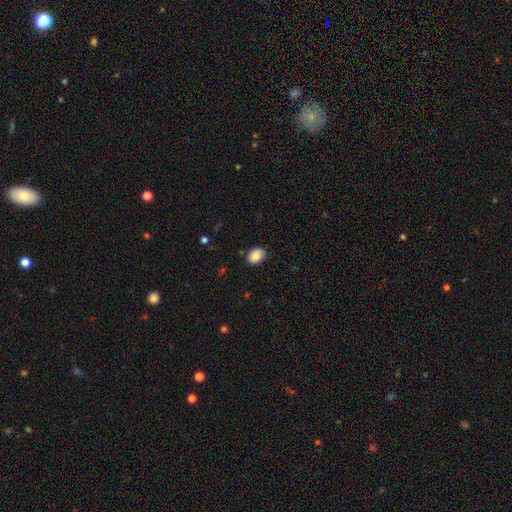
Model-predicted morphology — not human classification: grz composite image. It shows a smooth galaxy with no disk features (87%) that is in between round and cigar-shaped (76%). Merging: none (85%).